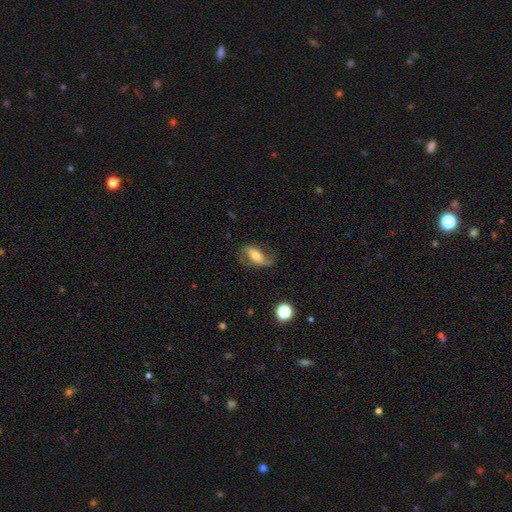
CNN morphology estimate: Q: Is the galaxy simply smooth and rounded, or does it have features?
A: featured or disk — 56%.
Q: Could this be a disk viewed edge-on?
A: no — 92%.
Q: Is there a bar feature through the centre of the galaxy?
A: no — 41%.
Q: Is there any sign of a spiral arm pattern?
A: yes — 84%.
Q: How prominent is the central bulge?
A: moderate — 49%.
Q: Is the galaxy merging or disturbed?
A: none — 59%.